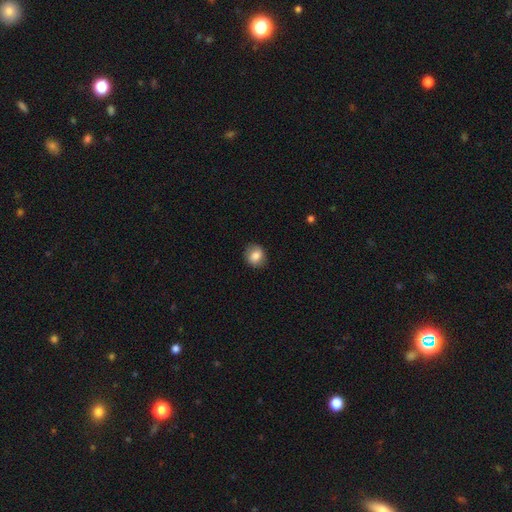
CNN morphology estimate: A smooth galaxy with no disk features (80%) that is round (72%). Merging: none (84%).